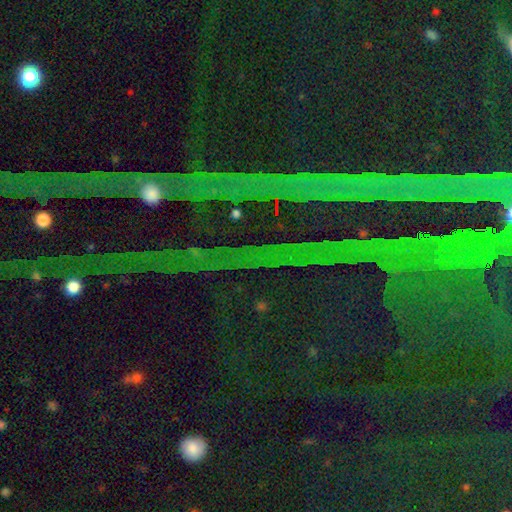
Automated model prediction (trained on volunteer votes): Smooth or featured?
  - star or artifact: 86% *
  - featured or disk: 7%
  - smooth: 7%